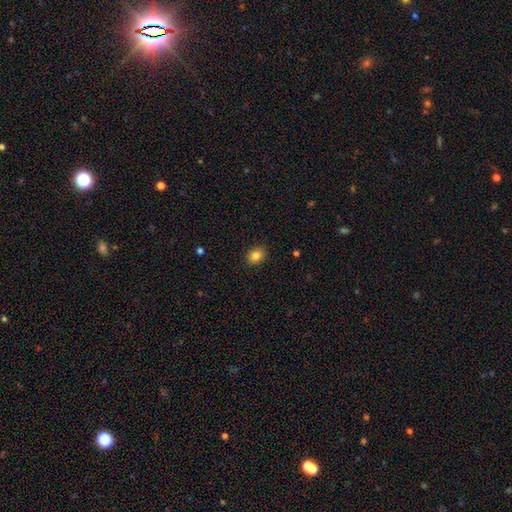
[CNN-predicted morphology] Smooth or featured?
  - smooth: 84% *
  - star or artifact: 10%
  - featured or disk: 6%
How rounded?
  - round: 51% *
  - in between: 48%
  - cigar-shaped: 1%
Merging?
  - none: 90% *
  - minor disturbance: 7%
  - major disturbance: 2%
  - merger: 1%